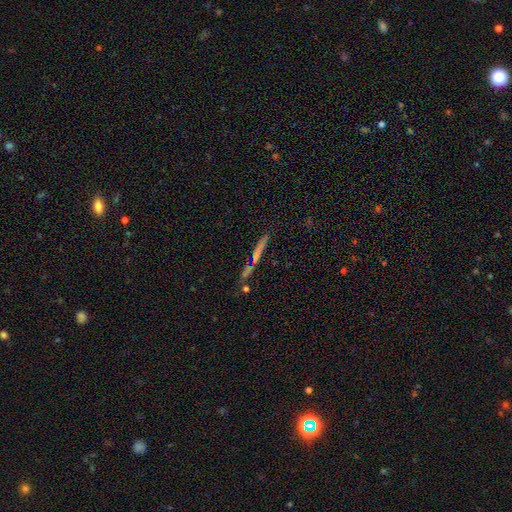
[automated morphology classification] smooth 43%, featured or disk 37%, star or artifact 20%. Down the decision tree: merging — none (75%).